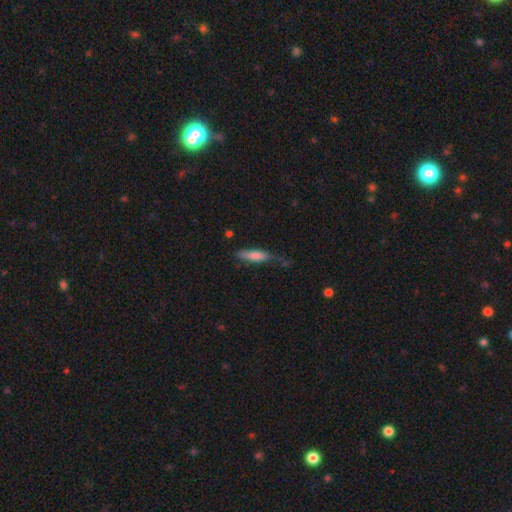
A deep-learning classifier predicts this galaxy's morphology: Smooth or featured? Predicted: smooth (p=0.71). How rounded? Predicted: cigar-shaped (p=0.71). Merging? Predicted: none (p=0.53).